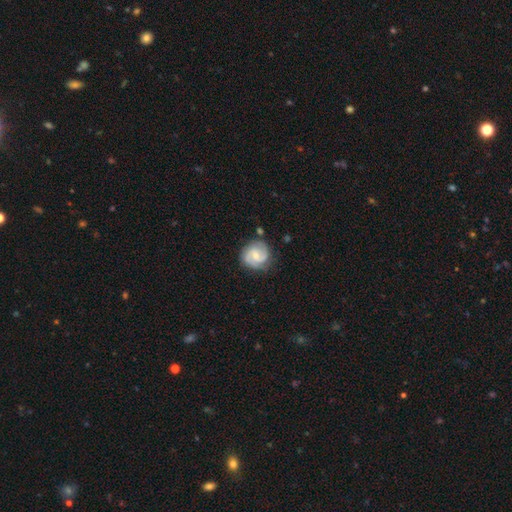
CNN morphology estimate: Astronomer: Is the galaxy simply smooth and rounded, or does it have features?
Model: featured or disk — 79%.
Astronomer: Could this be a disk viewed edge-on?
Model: no — 98%.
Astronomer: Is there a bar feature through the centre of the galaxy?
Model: weak — 47% (runner-up: no, 45%).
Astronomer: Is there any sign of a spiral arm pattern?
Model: yes — 96%.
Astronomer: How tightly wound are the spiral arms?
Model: tight — 45% (runner-up: medium, 44%).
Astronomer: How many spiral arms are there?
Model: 2 — 73%.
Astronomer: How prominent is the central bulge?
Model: small — 57% (runner-up: moderate, 36%).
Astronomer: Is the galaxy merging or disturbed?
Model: none — 76%.